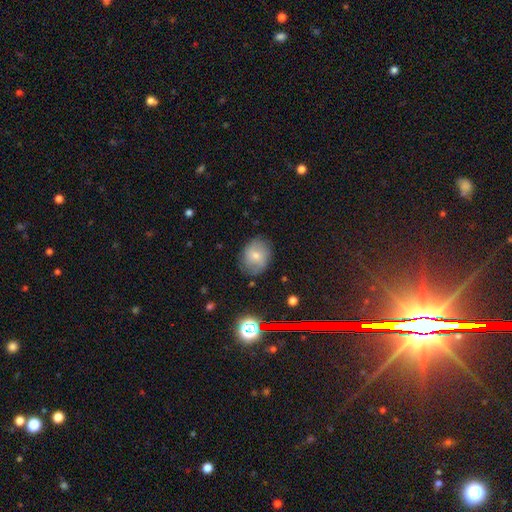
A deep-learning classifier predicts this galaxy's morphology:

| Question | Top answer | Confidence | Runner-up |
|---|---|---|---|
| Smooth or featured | smooth | 64% | featured or disk (25%) |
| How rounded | round | 56% | in between (43%) |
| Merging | none | 75% | minor disturbance (18%) |